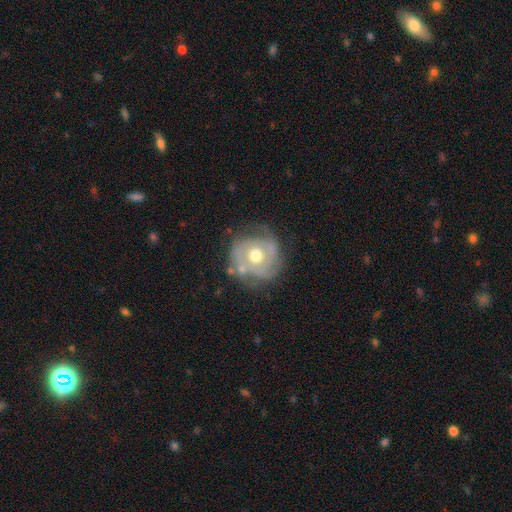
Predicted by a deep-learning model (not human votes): Morphology: type=featured or disk (76%); edge-on=no (97%); bar=no (79%); spiral arms=yes (80%); winding=tight (62%); arm count=2 (38%); bulge=moderate (78%); merging=none (66%).